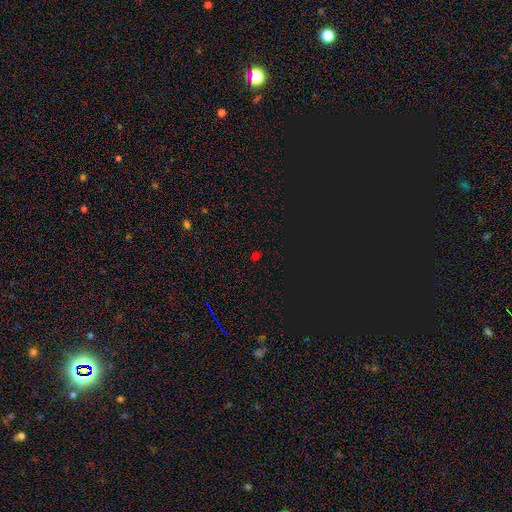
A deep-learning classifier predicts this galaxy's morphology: A star or artifact, not a galaxy (59%).